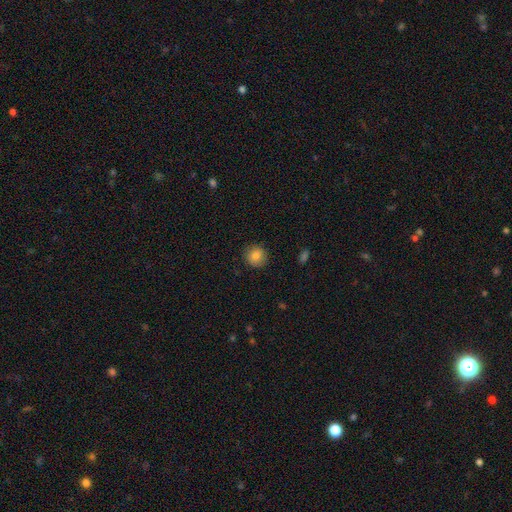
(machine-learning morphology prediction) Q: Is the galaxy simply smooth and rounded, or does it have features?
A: smooth — 83%.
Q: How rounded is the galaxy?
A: round — 92%.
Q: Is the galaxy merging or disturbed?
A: none — 89%.